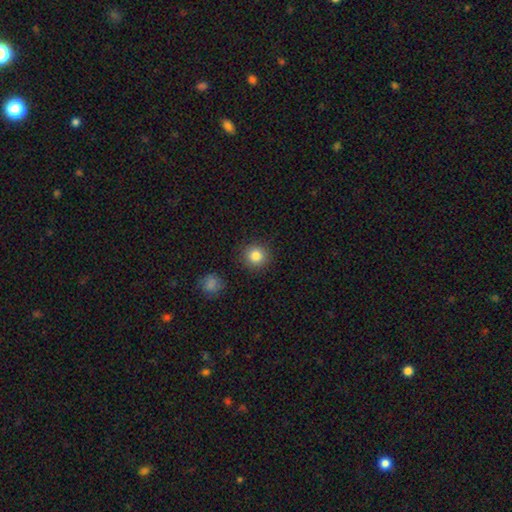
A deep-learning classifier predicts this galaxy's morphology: This is clearly a smooth galaxy (83%). How rounded: clearly round (93%). Merging: clearly none (90%).